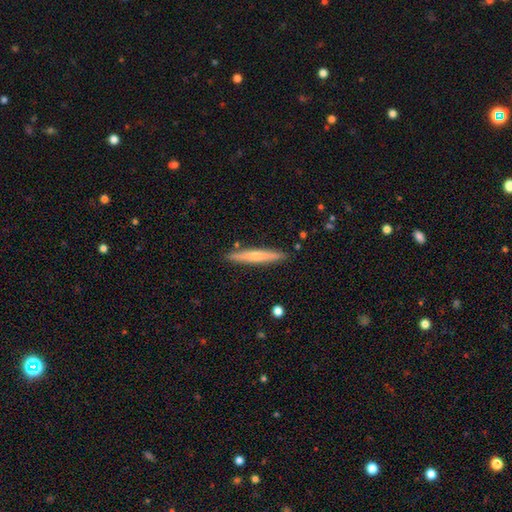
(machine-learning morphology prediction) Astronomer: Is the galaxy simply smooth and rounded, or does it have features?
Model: featured or disk — 47%, tied with smooth at 47%.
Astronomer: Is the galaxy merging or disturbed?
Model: none — 90%.